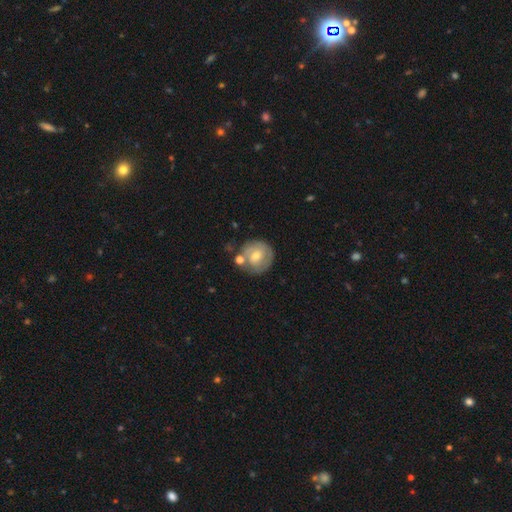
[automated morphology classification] Overall: smooth (50%; featured or disk 43%). Merging: none (65%).